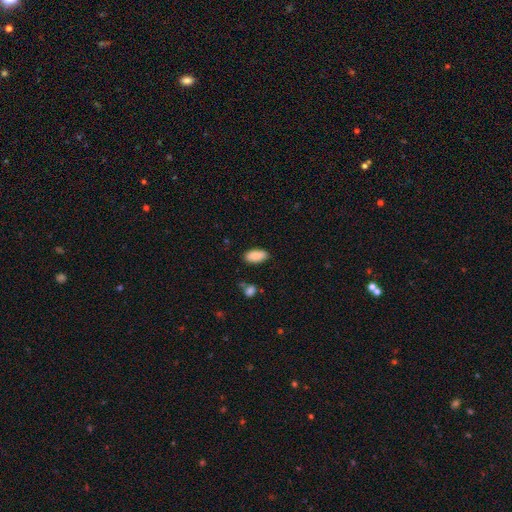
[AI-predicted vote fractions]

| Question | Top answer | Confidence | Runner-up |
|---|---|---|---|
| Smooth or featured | smooth | 88% | star or artifact (7%) |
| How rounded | in between | 93% | cigar-shaped (5%) |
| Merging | none | 80% | minor disturbance (14%) |